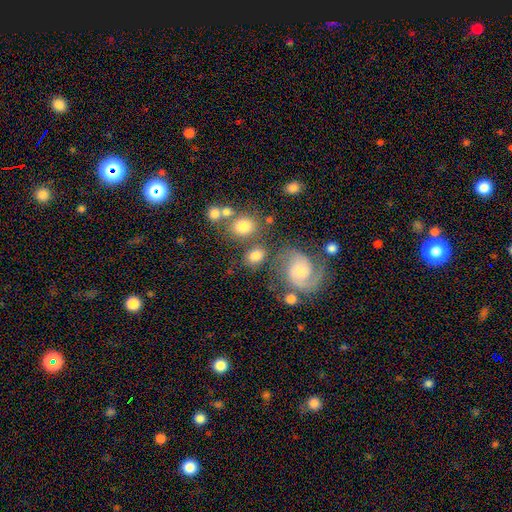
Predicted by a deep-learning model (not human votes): A smooth galaxy with no disk features (63%) that is in between round and cigar-shaped (57%). Merging: none (58%).